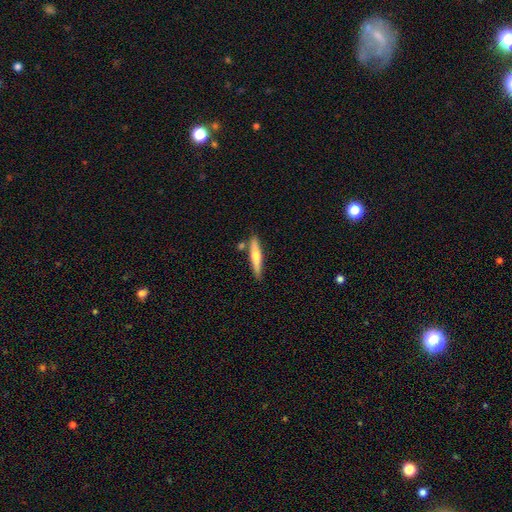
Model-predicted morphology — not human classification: Overall: smooth (55%; featured or disk 40%). How rounded: cigar-shaped (90%). Merging: none (79%).